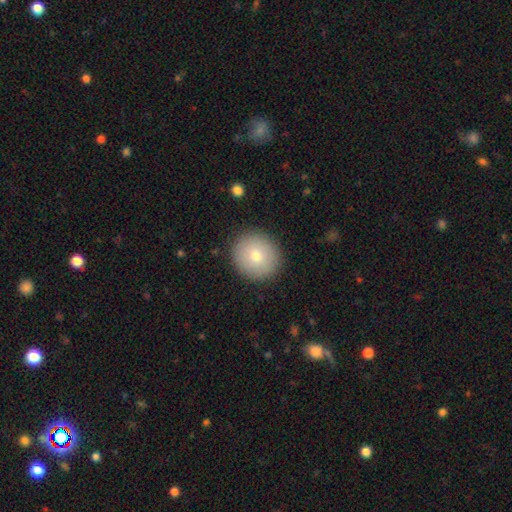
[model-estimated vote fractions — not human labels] Morphology: type=smooth (74%); roundness=round (90%); merging=none (90%).